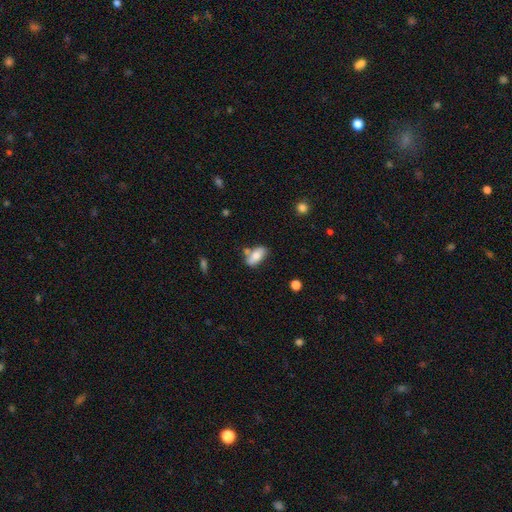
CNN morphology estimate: Smooth or featured?
  - smooth: 74% *
  - featured or disk: 19%
  - star or artifact: 7%
How rounded?
  - in between: 90% *
  - cigar-shaped: 6%
  - round: 4%
Merging?
  - none: 61% *
  - minor disturbance: 17%
  - merger: 17%
  - major disturbance: 5%